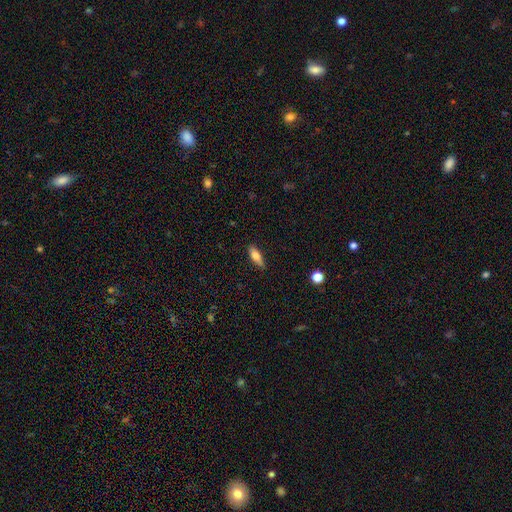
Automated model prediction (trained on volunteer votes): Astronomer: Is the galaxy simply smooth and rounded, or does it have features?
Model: smooth — 72%.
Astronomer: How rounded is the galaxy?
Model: in between — 55% (runner-up: cigar-shaped, 42%).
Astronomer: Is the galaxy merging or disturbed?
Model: none — 82%.